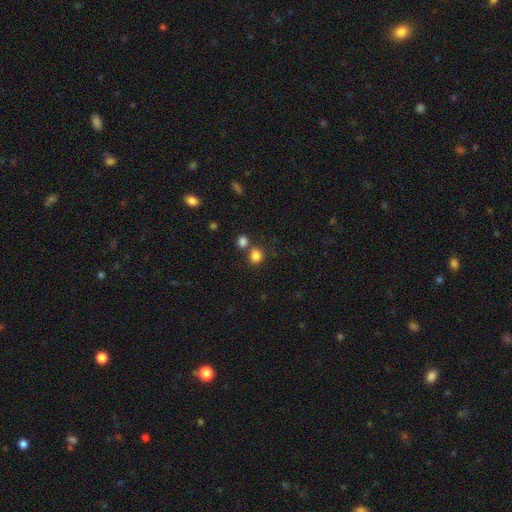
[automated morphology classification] Smooth or featured?
  - smooth: 83% *
  - star or artifact: 12%
  - featured or disk: 5%
How rounded?
  - round: 84% *
  - in between: 15%
  - cigar-shaped: 1%
Merging?
  - none: 65% *
  - merger: 23%
  - minor disturbance: 8%
  - major disturbance: 3%